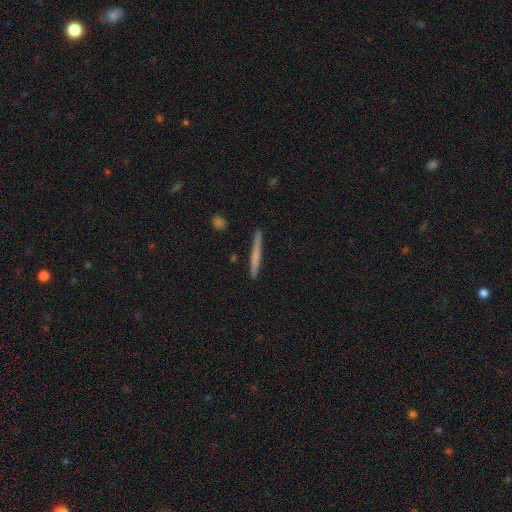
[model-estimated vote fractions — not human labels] Smooth or featured?
  - smooth: 52% *
  - featured or disk: 42%
  - star or artifact: 6%
How rounded?
  - cigar-shaped: 96% *
  - in between: 2%
  - round: 2%
Merging?
  - none: 91% *
  - minor disturbance: 6%
  - merger: 1%
  - major disturbance: 1%